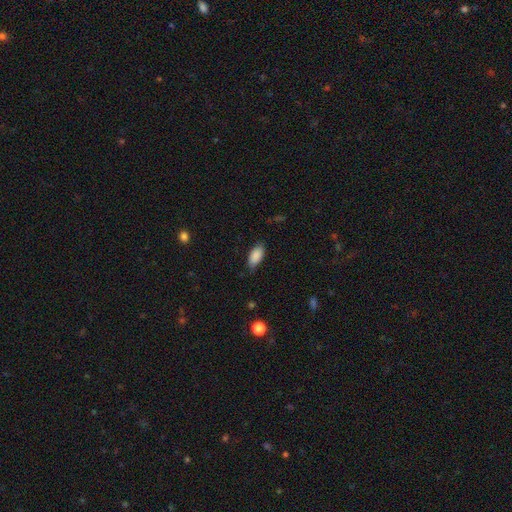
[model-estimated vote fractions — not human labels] Smooth or featured? smooth (88%)
How rounded? in between (91%)
Merging? none (78%)